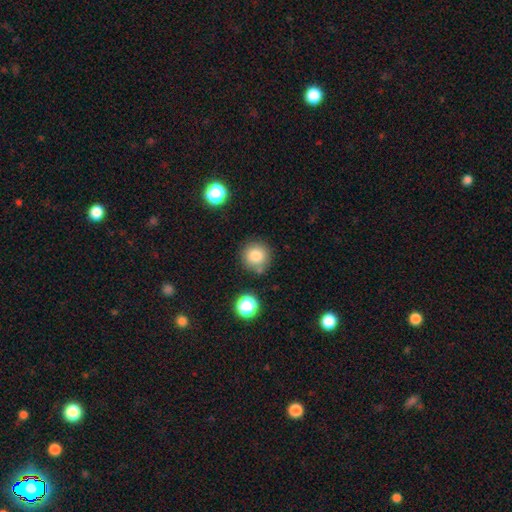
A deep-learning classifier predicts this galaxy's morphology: A smooth galaxy with no disk features (82%) that is round (94%).

Vote fractions:
- Smooth or featured? smooth: 82% / star or artifact: 11% / featured or disk: 7%
- How rounded? round: 94% / in between: 5% / cigar-shaped: 1%
- Merging? none: 78% / minor disturbance: 11% / merger: 8% / major disturbance: 3%